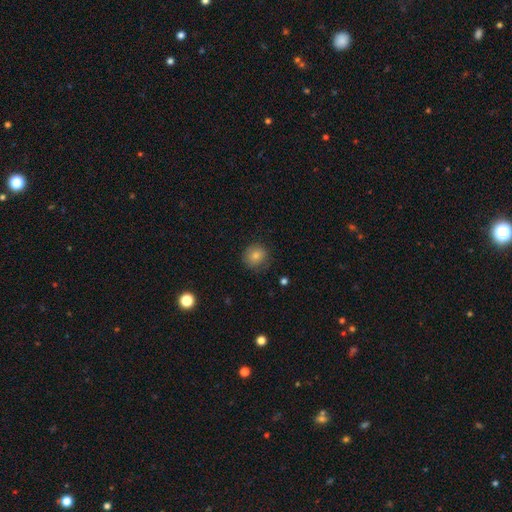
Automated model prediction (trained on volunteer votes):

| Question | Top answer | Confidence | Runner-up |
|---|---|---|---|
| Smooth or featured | smooth | 80% | featured or disk (11%) |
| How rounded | round | 86% | in between (13%) |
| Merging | none | 77% | minor disturbance (16%) |